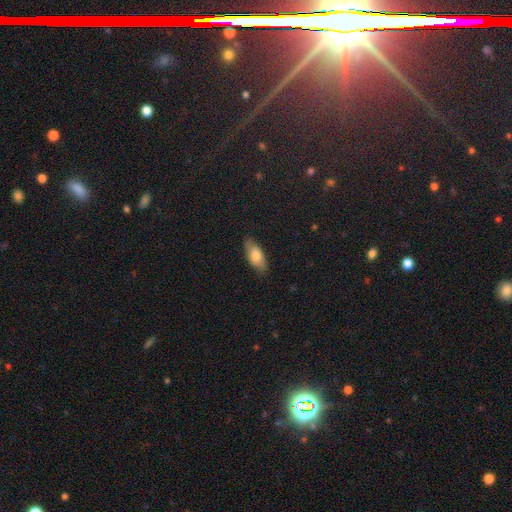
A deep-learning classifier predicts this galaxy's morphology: The model was most divided on "smooth or featured": smooth: 73%, featured or disk: 21%, star or artifact: 7%. More confident: how rounded — in between (84%); merging — none (81%).